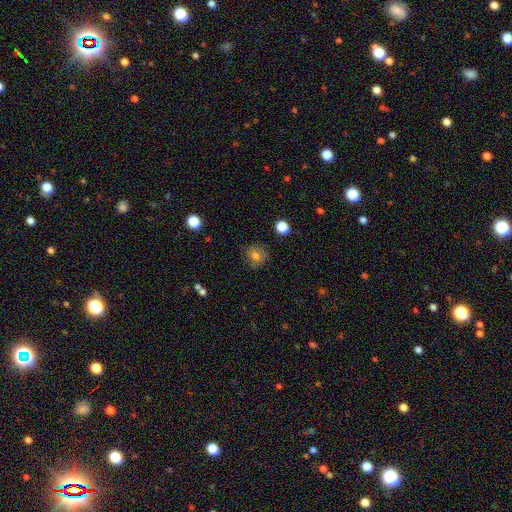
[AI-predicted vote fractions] Morphology: type=smooth (74%); roundness=round (79%); merging=none (82%).